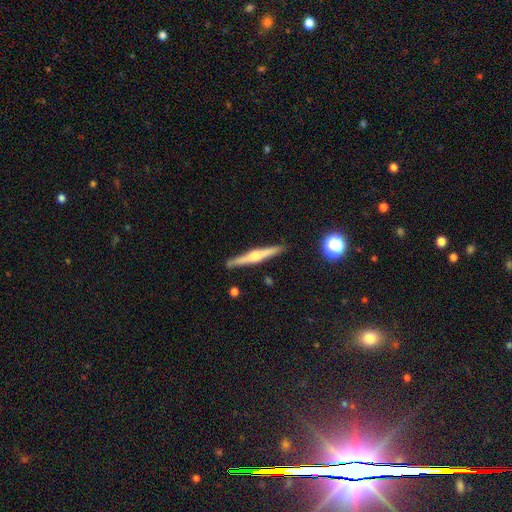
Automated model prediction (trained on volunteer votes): Smooth or featured?
  - featured or disk: 70% *
  - smooth: 23%
  - star or artifact: 7%
Edge-on disk?
  - yes: 98% *
  - no: 2%
Edge-on bulge?
  - rounded: 84% *
  - boxy: 9%
  - none: 8%
Merging?
  - none: 89% *
  - minor disturbance: 8%
  - merger: 2%
  - major disturbance: 2%